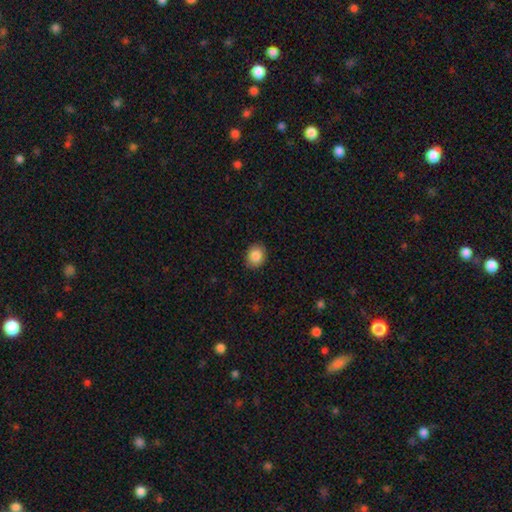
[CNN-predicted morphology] Smooth or featured?
  - smooth: 86% *
  - star or artifact: 8%
  - featured or disk: 5%
How rounded?
  - round: 55% *
  - in between: 45%
  - cigar-shaped: 1%
Merging?
  - none: 89% *
  - minor disturbance: 8%
  - major disturbance: 2%
  - merger: 1%